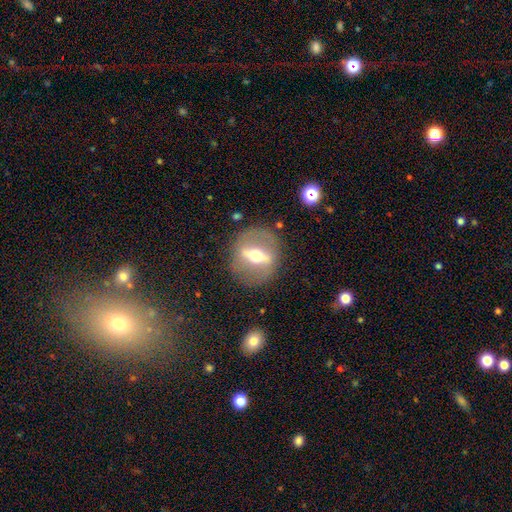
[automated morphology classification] Overall: featured or disk (72%). Edge-on disk: no (66%; yes 34%). Merging: none (82%).